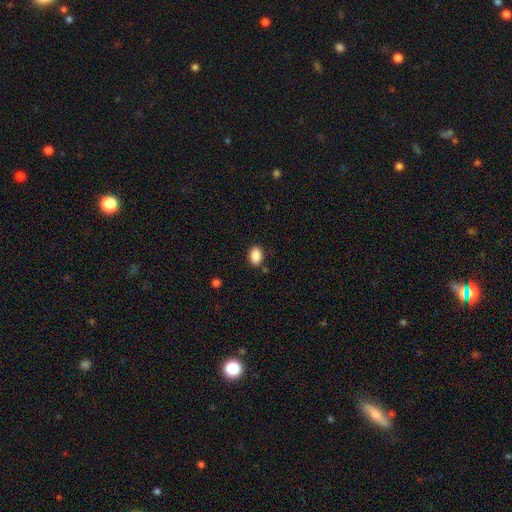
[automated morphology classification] smooth_or_featured: smooth (p=0.89) [alt: star or artifact p=0.08]
how_rounded: in between (p=0.78) [alt: round p=0.20]
merging: none (p=0.84) [alt: minor disturbance p=0.11]